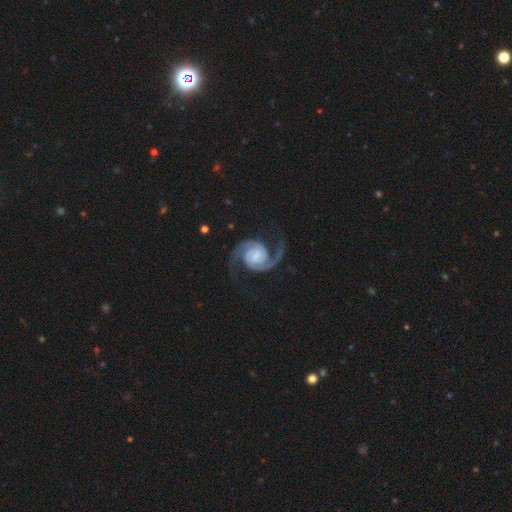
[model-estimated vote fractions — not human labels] A featured or disk galaxy (94%) with no bar (51%), 2 (95%) medium (53%) spiral arms (99%) and no central bulge (35%).

Vote fractions:
- Smooth or featured? featured or disk: 94% / star or artifact: 4% / smooth: 3%
- Edge-on disk? no: 98% / yes: 2%
- Bar? no: 51% / weak: 36% / strong: 13%
- Spiral arms? yes: 99% / no: 1%
- Spiral winding? medium: 53% / tight: 28% / loose: 19%
- Spiral arm count? 2: 95% / can't tell: 1% / 3: 1% / 1: 1% / 4: 1% / more than 4: 1%
- Bulge size? none: 35% / small: 31% / moderate: 22% / large: 10% / dominant: 3%
- Merging? none: 79% / minor disturbance: 12% / major disturbance: 7% / merger: 2%